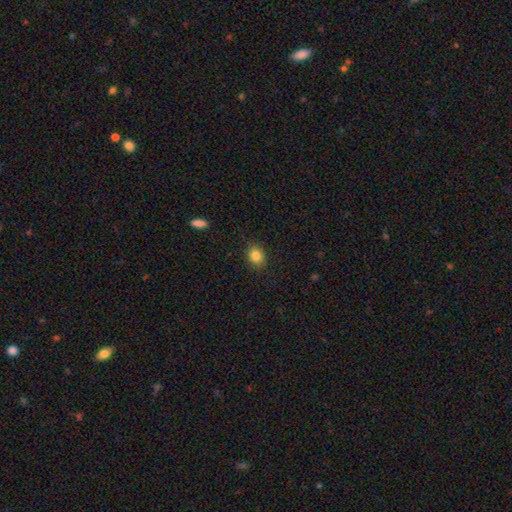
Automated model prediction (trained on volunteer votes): A smooth galaxy with no disk features (85%) that is round (53%).

Vote fractions:
- Smooth or featured? smooth: 85% / star or artifact: 10% / featured or disk: 5%
- How rounded? round: 53% / in between: 46% / cigar-shaped: 1%
- Merging? none: 88% / minor disturbance: 9% / major disturbance: 2% / merger: 1%